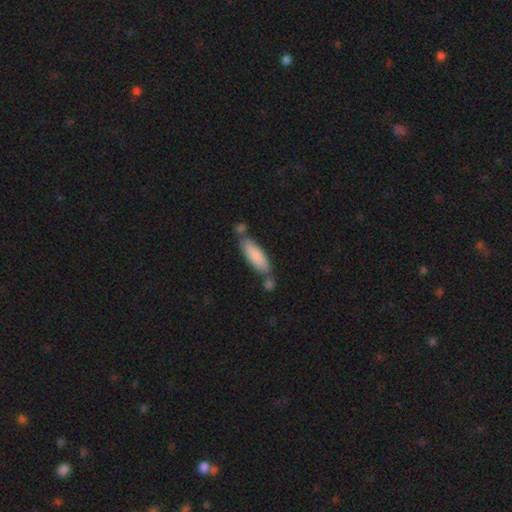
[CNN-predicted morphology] This is clearly a smooth galaxy (85%). How rounded: possibly in between (52%). Merging: possibly none (57%).